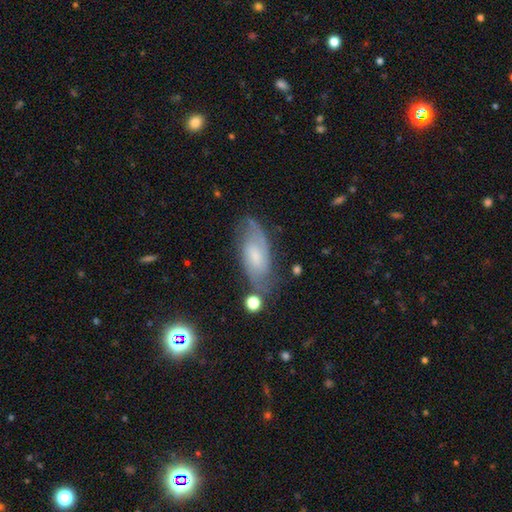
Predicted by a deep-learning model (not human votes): Overall: featured or disk (67%). Edge-on disk: no (91%). Bar: no (46%, tied with weak). Spiral arms: yes (91%). Spiral arm count: 2 (68%). Spiral winding: medium (45%; tight 36%). Bulge size: small (43%; moderate 33%). Merging: none (69%).